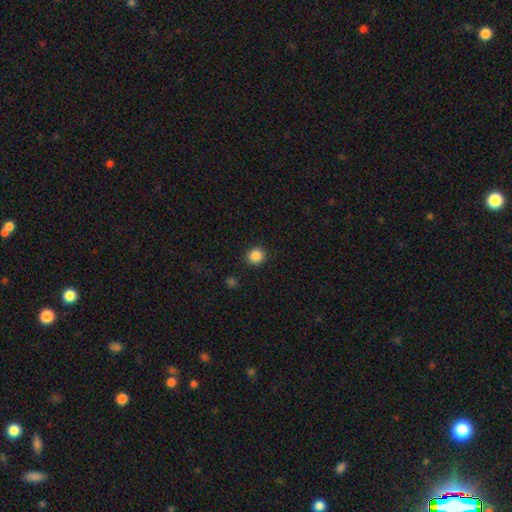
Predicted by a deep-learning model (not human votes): Morphology: type=smooth (86%); roundness=round (91%); merging=none (91%).